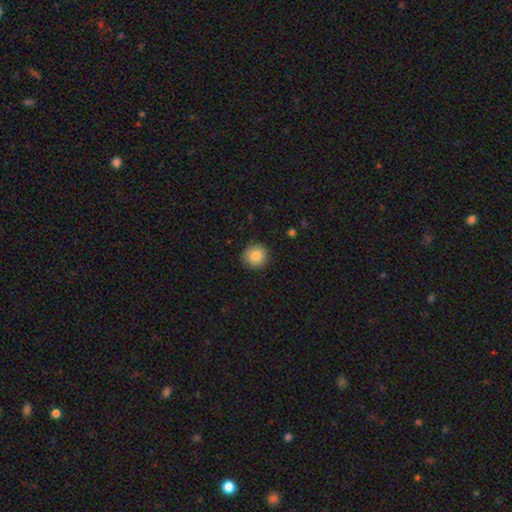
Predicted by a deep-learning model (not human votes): Smooth or featured: smooth — 84% (star or artifact — 9%)
How rounded: round — 94% (in between — 5%)
Merging: none — 90% (minor disturbance — 7%)